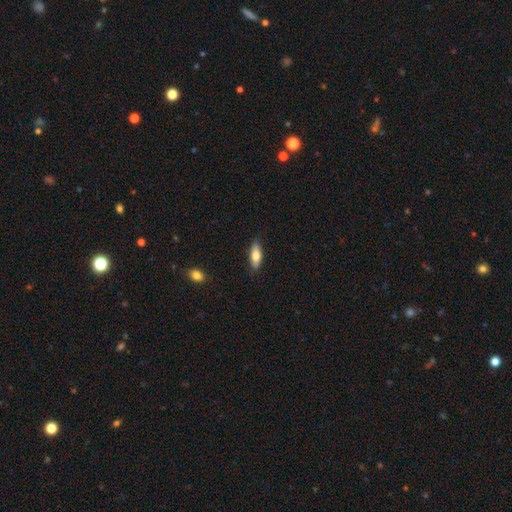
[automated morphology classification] A smooth galaxy with no disk features (72%) that is in between round and cigar-shaped (63%).

Vote fractions:
- Smooth or featured? smooth: 72% / featured or disk: 22% / star or artifact: 6%
- How rounded? in between: 63% / cigar-shaped: 34% / round: 2%
- Merging? none: 87% / minor disturbance: 10% / major disturbance: 2% / merger: 1%